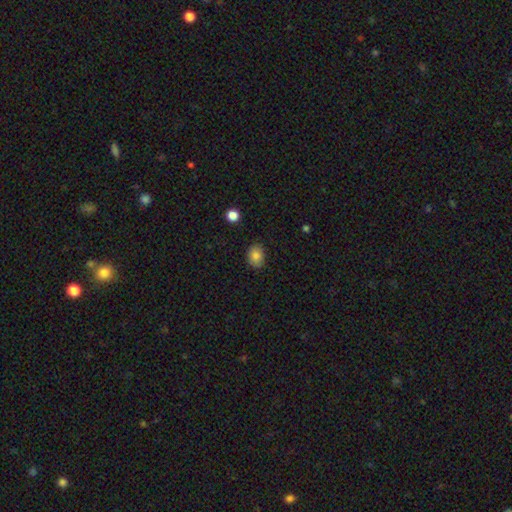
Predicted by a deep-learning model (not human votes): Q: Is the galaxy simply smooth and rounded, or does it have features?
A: smooth — 84%.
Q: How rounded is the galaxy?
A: in between — 62%.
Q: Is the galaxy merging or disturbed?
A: none — 85%.